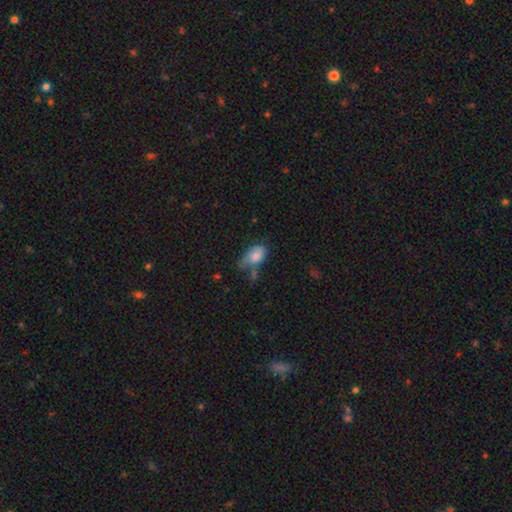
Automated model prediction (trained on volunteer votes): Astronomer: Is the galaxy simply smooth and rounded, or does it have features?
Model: smooth — 77%.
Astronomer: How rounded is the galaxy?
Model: in between — 87%.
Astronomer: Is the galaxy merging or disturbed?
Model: none — 33%, tied with minor disturbance at 33%.